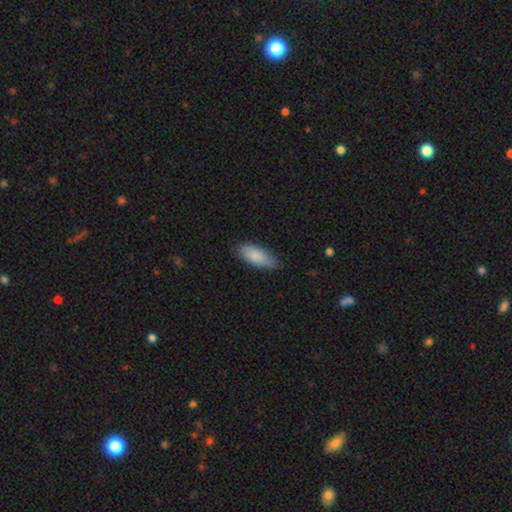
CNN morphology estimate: Q: Smooth or featured?
A: smooth (88%); runner-up: featured or disk (7%)
Q: How rounded?
A: in between (80%); runner-up: cigar-shaped (19%)
Q: Merging?
A: none (82%); runner-up: minor disturbance (15%)